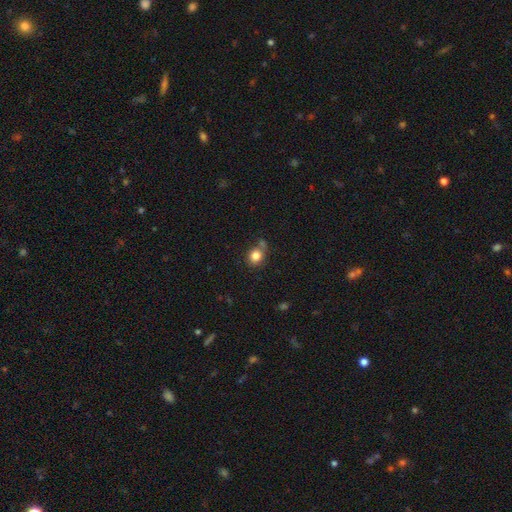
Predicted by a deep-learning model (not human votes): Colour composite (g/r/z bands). It shows a smooth galaxy with no disk features (83%) that is round (75%). Merging: none (65%).